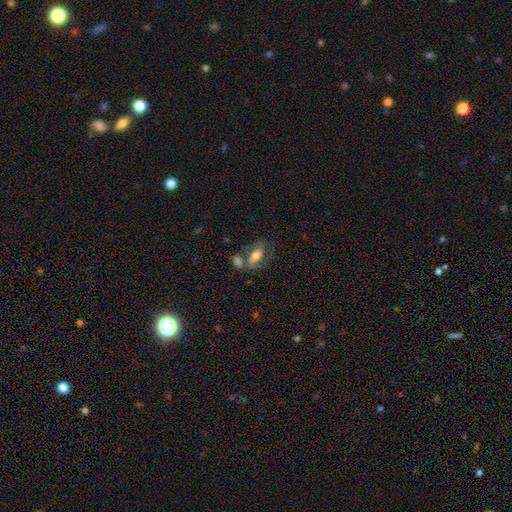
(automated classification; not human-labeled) Smooth or featured?
  - smooth: 60% *
  - featured or disk: 32%
  - star or artifact: 8%
How rounded?
  - in between: 81% *
  - cigar-shaped: 15%
  - round: 4%
Merging?
  - none: 44% *
  - merger: 28%
  - minor disturbance: 16%
  - major disturbance: 11%